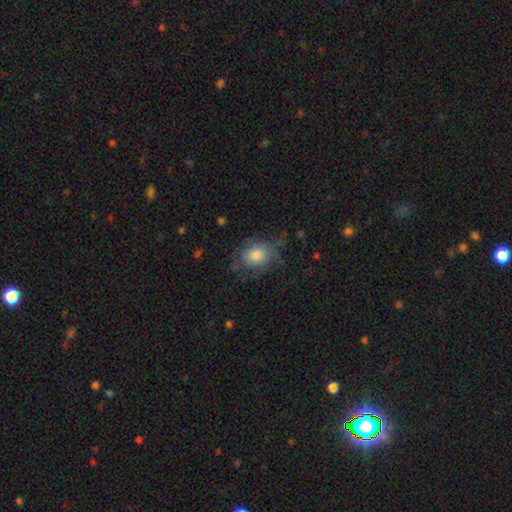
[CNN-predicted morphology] Smooth or featured? Predicted: smooth (p=0.64). How rounded? Predicted: round (p=0.50). Merging? Predicted: none (p=0.61).